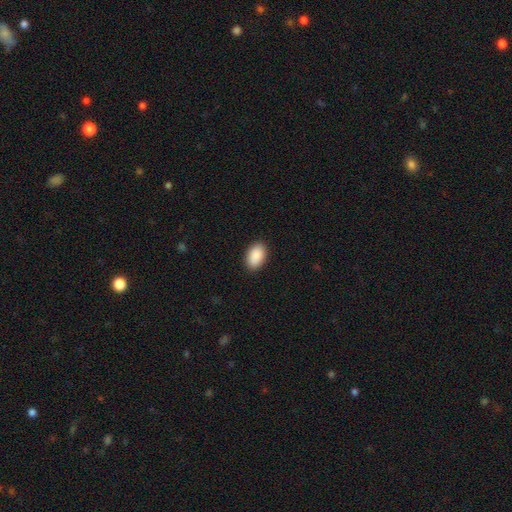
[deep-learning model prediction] This is clearly a smooth galaxy (90%). How rounded: clearly in between (92%). Merging: clearly none (89%).